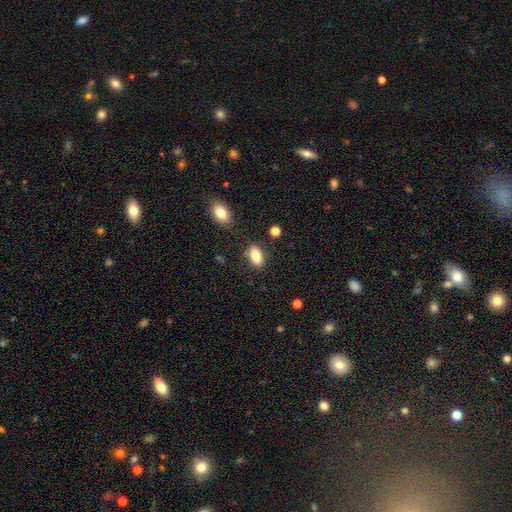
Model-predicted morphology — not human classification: Q: Smooth or featured?
A: smooth (85%); runner-up: star or artifact (8%)
Q: How rounded?
A: in between (90%); runner-up: round (7%)
Q: Merging?
A: none (80%); runner-up: minor disturbance (13%)